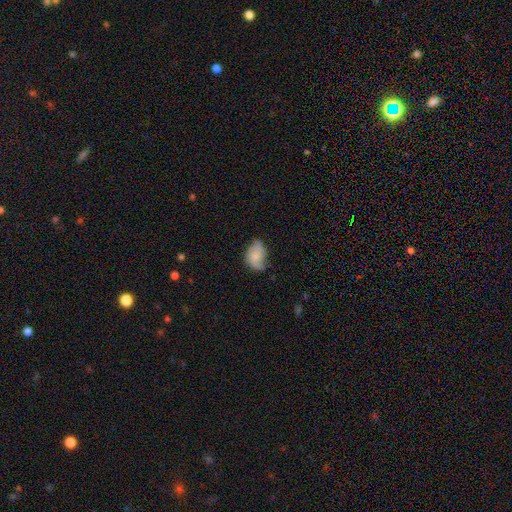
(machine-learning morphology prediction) Smooth or featured: smooth — 68% (featured or disk — 24%)
How rounded: in between — 84% (round — 15%)
Merging: none — 48% (minor disturbance — 39%)